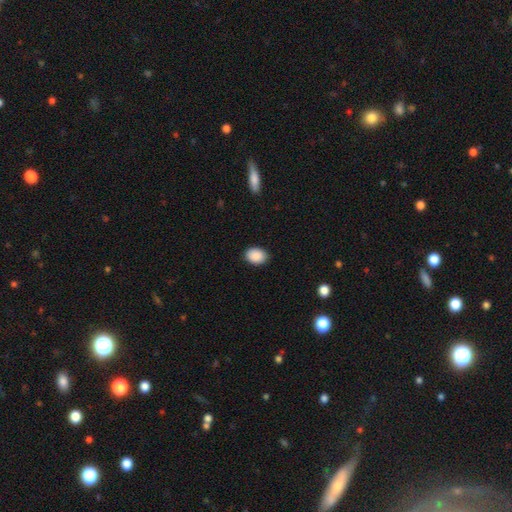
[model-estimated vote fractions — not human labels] smooth 90%, star or artifact 7%, featured or disk 3%. Down the decision tree: how rounded — in between (69%); merging — none (88%).